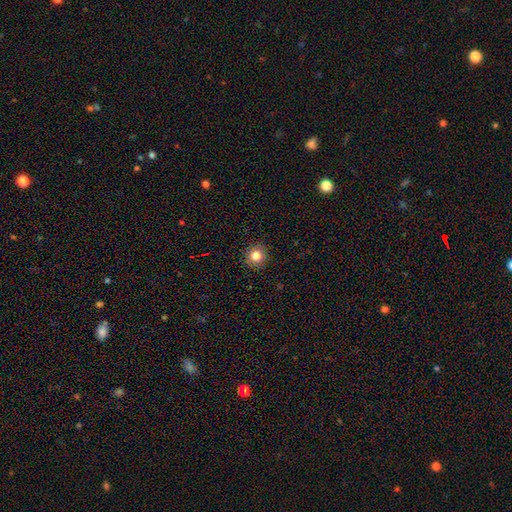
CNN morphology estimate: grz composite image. It shows a smooth galaxy with no disk features (82%) that is round (92%). Merging: none (92%).